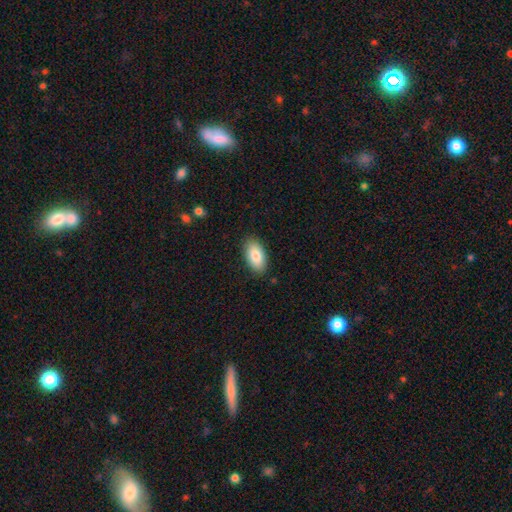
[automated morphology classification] smooth_or_featured: smooth (p=0.84) [alt: featured or disk p=0.09]
how_rounded: in between (p=0.94) [alt: round p=0.03]
merging: none (p=0.87) [alt: minor disturbance p=0.10]